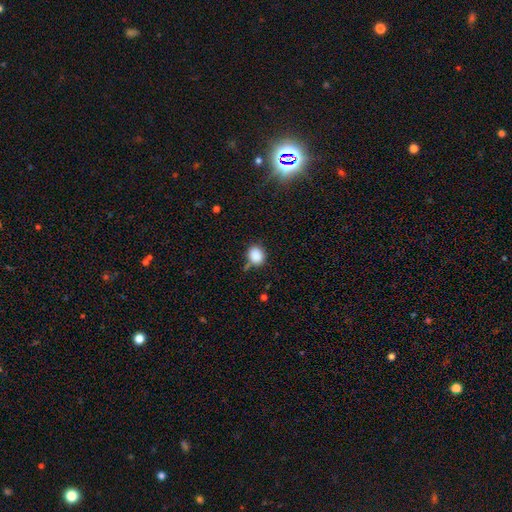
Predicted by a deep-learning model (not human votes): This appears to be a smooth galaxy with no disk features (87%) that is round (64%). Merging: none (70%).